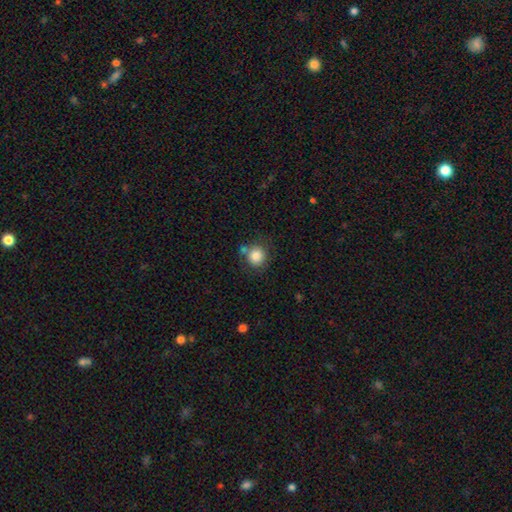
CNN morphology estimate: This is clearly a smooth galaxy (84%). How rounded: clearly round (88%). Merging: likely none (66%).